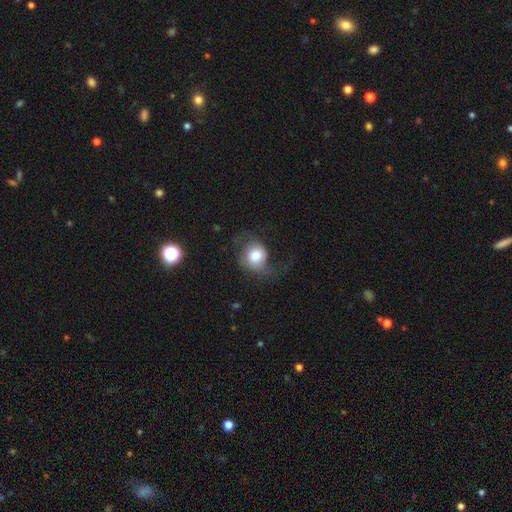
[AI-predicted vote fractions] Smooth or featured: smooth — 63% (featured or disk — 29%)
How rounded: round — 73% (in between — 26%)
Merging: none — 37% (tied with major disturbance — 37%)